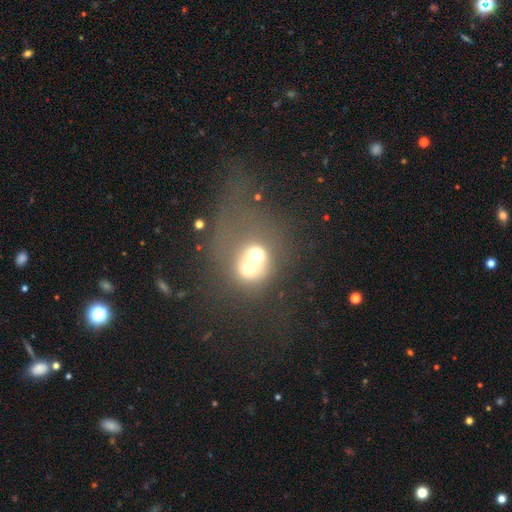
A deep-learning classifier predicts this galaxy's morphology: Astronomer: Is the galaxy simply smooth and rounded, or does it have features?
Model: smooth — 57%.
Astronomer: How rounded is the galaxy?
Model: round — 73%.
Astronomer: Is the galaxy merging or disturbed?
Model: merger — 66%.